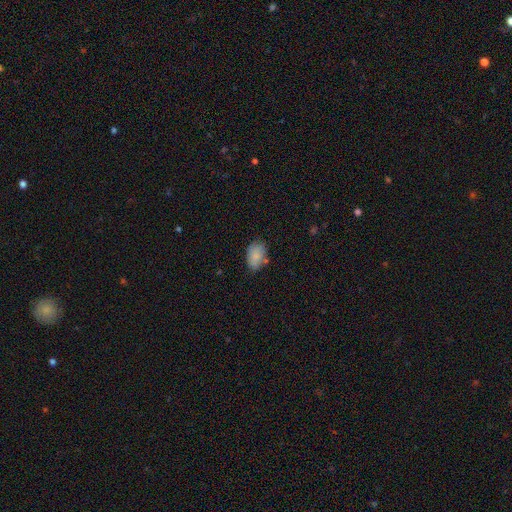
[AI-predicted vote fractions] Smooth or featured? smooth (84%)
How rounded? in between (85%)
Merging? none (71%)